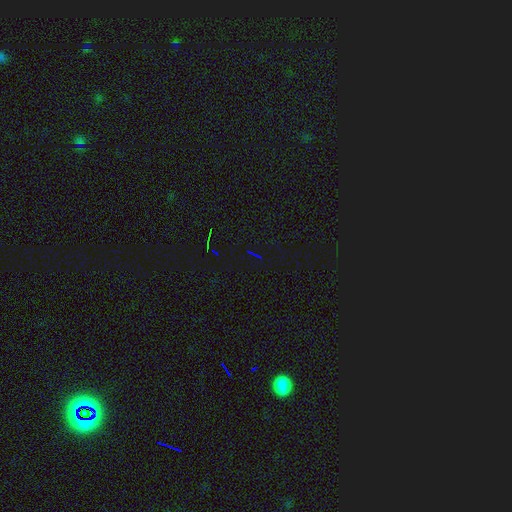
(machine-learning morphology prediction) Overall: star or artifact (78%).